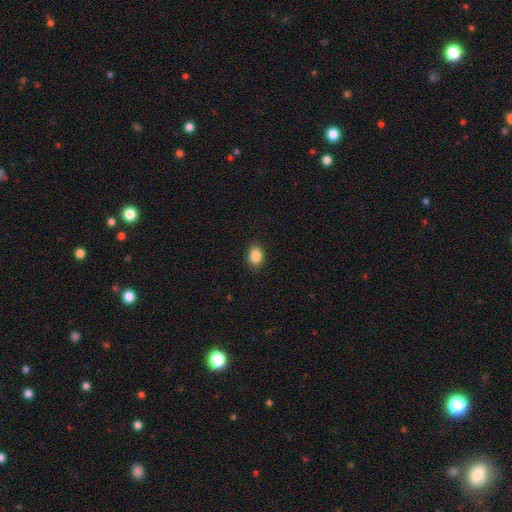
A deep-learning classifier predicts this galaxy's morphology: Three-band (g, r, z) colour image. It shows a smooth galaxy with no disk features (87%) that is in between round and cigar-shaped (73%). Merging: none (89%).